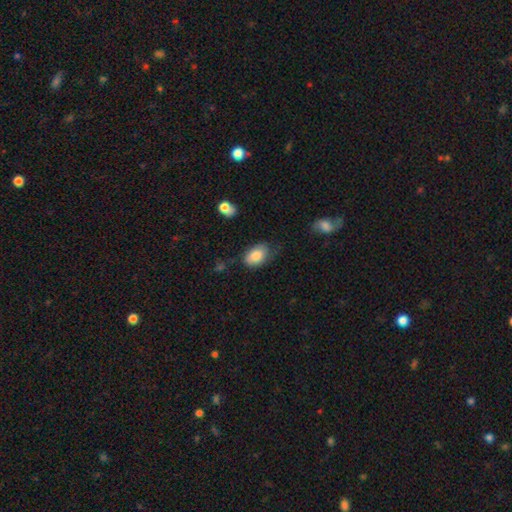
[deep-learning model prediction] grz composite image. It shows a smooth galaxy with no disk features (82%) that is in between round and cigar-shaped (89%). Merging: none (55%).